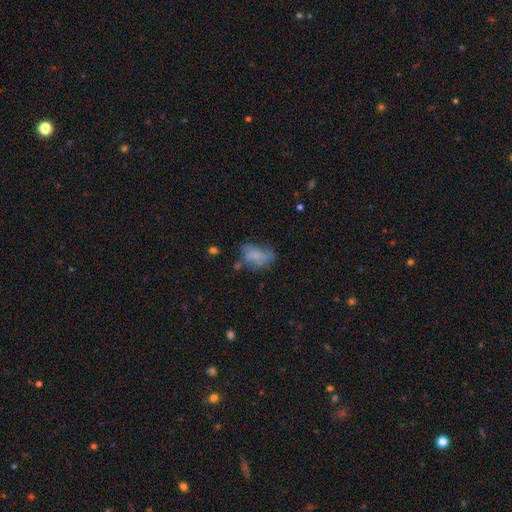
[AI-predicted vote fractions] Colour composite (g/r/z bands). It shows a smooth galaxy with no disk features (60%) that is in between round and cigar-shaped (87%). Merging: none (36%).